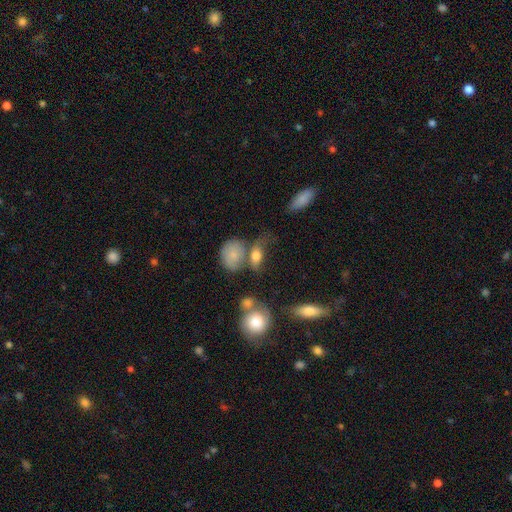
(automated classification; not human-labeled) Morphology: type=smooth (70%); roundness=in between (70%); merging=none (39%).